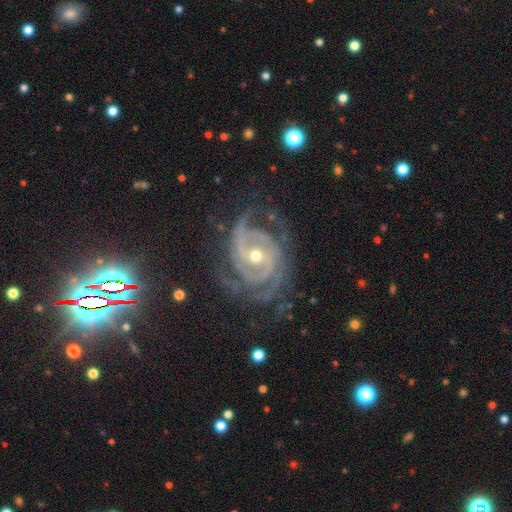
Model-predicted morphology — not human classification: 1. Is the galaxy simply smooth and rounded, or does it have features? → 90% featured or disk, 7% star or artifact, 3% smooth.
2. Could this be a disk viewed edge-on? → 97% no, 3% yes.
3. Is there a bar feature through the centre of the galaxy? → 44% no, 33% weak, 23% strong.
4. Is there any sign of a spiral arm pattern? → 98% yes, 2% no.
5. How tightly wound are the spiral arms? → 68% tight, 28% medium, 4% loose.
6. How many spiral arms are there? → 31% 3, 30% 2, 13% can't tell, 12% 4, 7% more than 4, 6% 1.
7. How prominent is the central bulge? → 55% moderate, 42% small, 2% large, 1% none, 1% dominant.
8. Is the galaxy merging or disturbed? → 70% none, 19% minor disturbance, 10% major disturbance, 1% merger.